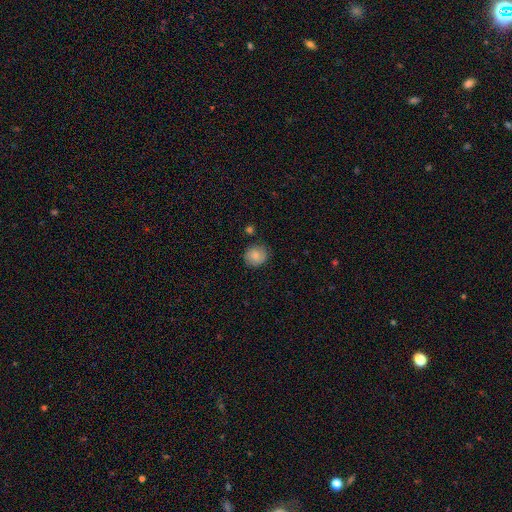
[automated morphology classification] smooth-or-featured: smooth: 82% | featured or disk: 10% | star or artifact: 8%
  how-rounded: round: 82% | in between: 17% | cigar-shaped: 1%
  merging: none: 81% | minor disturbance: 13% | major disturbance: 3% | merger: 2%